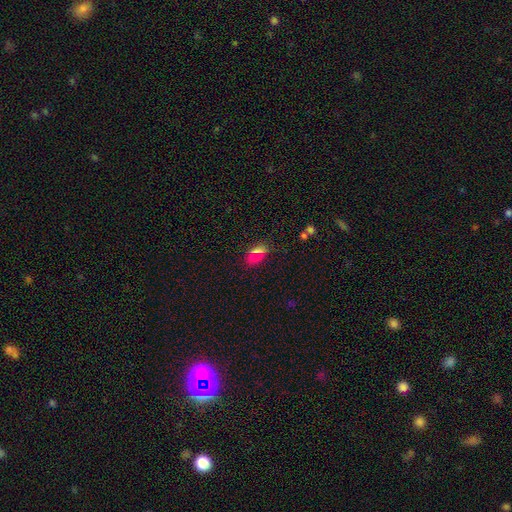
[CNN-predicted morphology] Smooth or featured? Predicted: smooth (p=0.65). How rounded? Predicted: in between (p=0.83). Merging? Predicted: none (p=0.80).